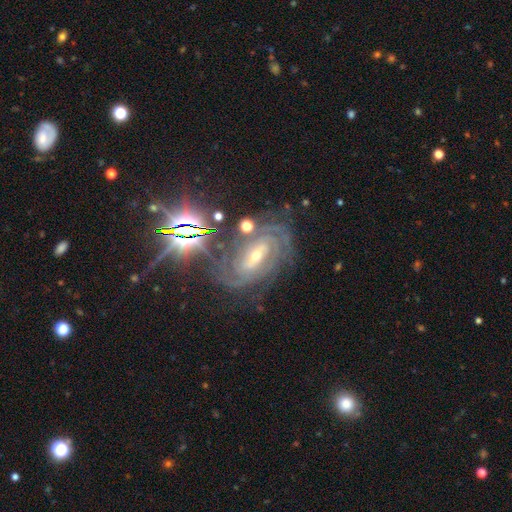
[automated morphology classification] The model was most divided on "bar" (2-way tie): strong: 39%, weak: 39%, no: 22%. Remaining: spiral arms — yes (96%); edge-on disk — no (95%); smooth or featured — featured or disk (80%); merging — none (72%); spiral winding — tight (70%); bulge size — small (57%); spiral arm count — can't tell (28%).